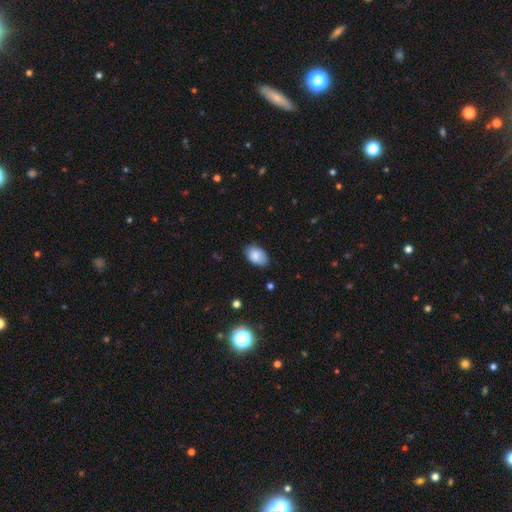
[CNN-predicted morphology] A smooth galaxy with no disk features (85%) that is in between round and cigar-shaped (91%). Merging: none (77%).